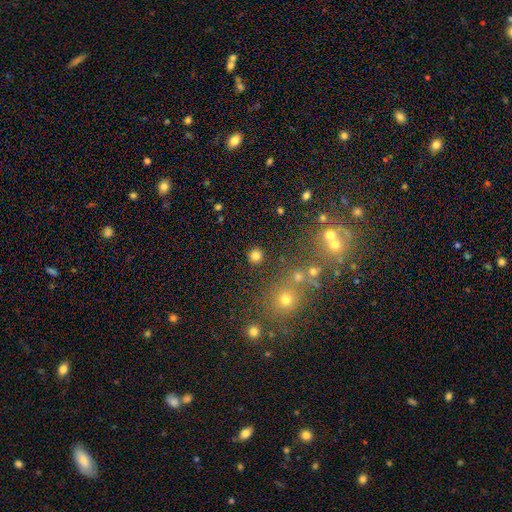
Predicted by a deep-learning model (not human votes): Morphology: type=smooth (79%); roundness=round (95%); merging=none (90%).